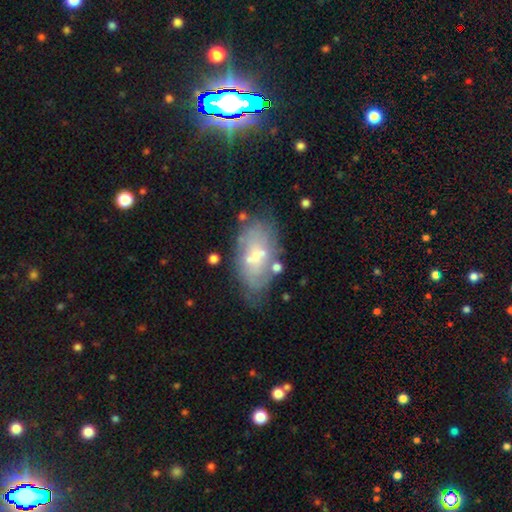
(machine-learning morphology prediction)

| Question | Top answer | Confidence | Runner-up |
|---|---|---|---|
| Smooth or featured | featured or disk | 48% | smooth (30%) |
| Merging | none | 70% | minor disturbance (20%) |